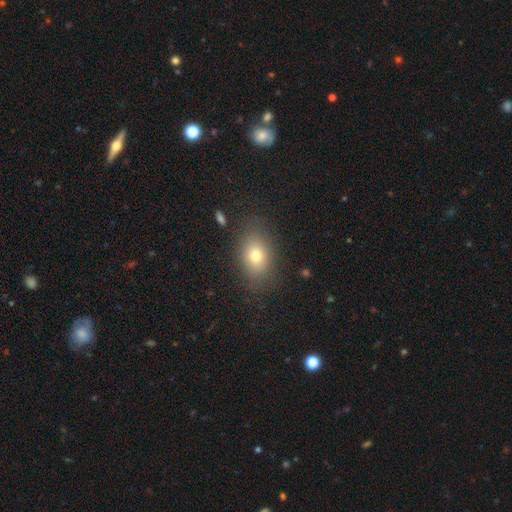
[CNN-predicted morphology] This appears to be a smooth galaxy with no disk features (76%) that is in between round and cigar-shaped (79%). Merging: none (82%).